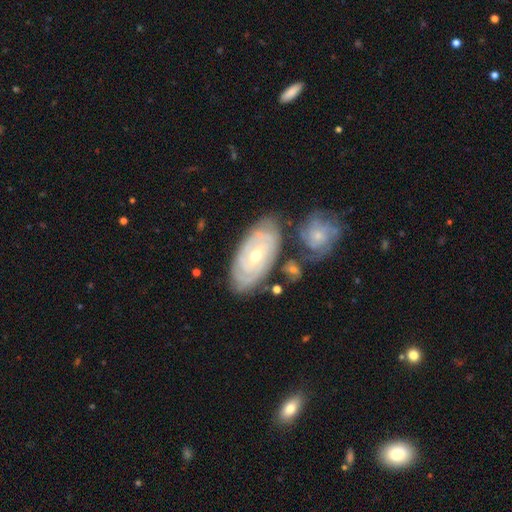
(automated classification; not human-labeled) smooth_or_featured: featured or disk (p=0.85) [alt: smooth p=0.11]
disk_edge_on: no (p=0.94) [alt: yes p=0.06]
bar: no (p=0.55) [alt: weak p=0.34]
has_spiral_arms: yes (p=0.94) [alt: no p=0.06]
spiral_winding: tight (p=0.82) [alt: medium p=0.14]
spiral_arm_count: can't tell (p=0.40) [alt: 2 p=0.21]
bulge_size: small (p=0.49) [alt: moderate p=0.48]
merging: none (p=0.71) [alt: minor disturbance p=0.15]